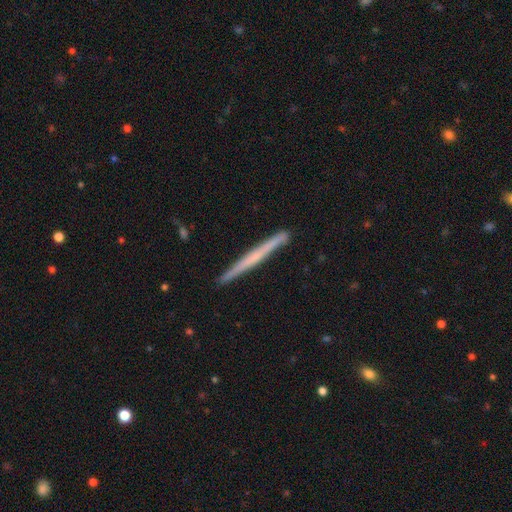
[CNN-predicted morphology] Overall: featured or disk (52%; smooth 42%). Edge-on disk: yes (98%). Edge-on bulge: none (78%). Merging: none (91%).